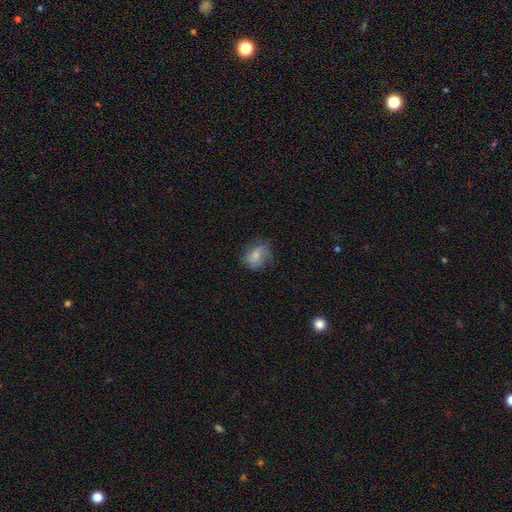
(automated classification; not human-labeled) Morphology: type=smooth (66%); roundness=round (54%); merging=none (60%).